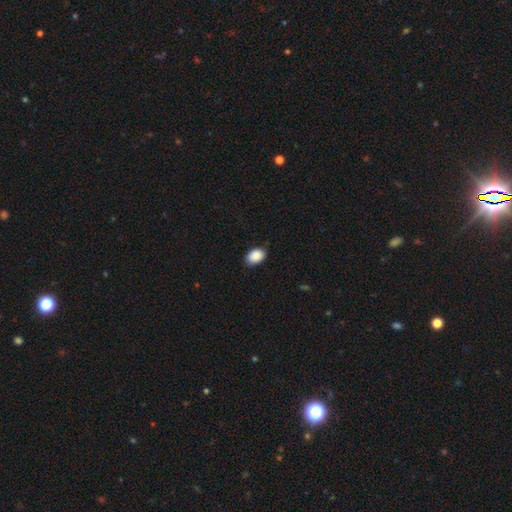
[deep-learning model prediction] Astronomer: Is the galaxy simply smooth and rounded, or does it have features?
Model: smooth — 90%.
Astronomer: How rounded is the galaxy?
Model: in between — 83%.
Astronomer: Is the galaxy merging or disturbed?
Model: none — 81%.